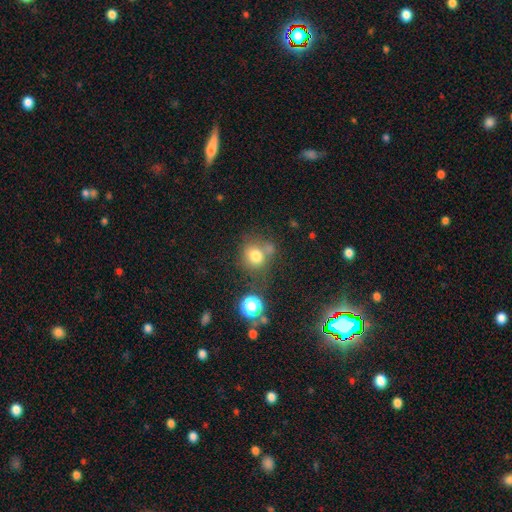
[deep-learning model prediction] Q: Smooth or featured?
A: smooth (76%); runner-up: star or artifact (15%)
Q: How rounded?
A: round (80%); runner-up: in between (19%)
Q: Merging?
A: none (60%); runner-up: merger (19%)